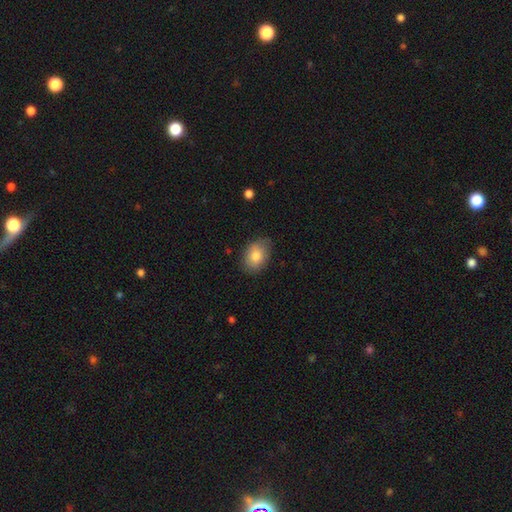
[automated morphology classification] The model was most divided on "merging": none: 75%, minor disturbance: 20%, major disturbance: 4%, merger: 1%. More confident: smooth or featured — smooth (83%); how rounded — in between (79%).